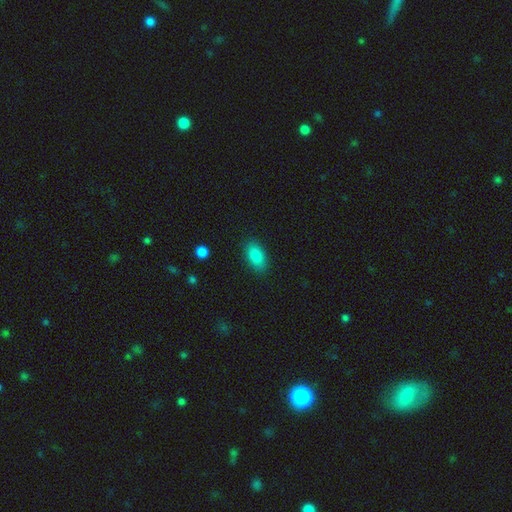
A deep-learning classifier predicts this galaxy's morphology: Smooth or featured: smooth — 86% (star or artifact — 8%)
How rounded: in between — 91% (cigar-shaped — 5%)
Merging: none — 87% (minor disturbance — 9%)